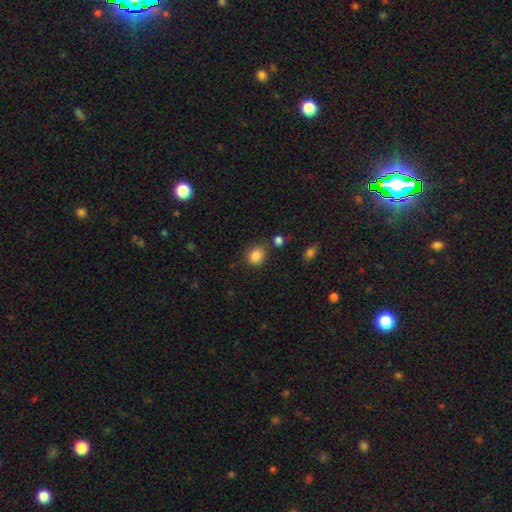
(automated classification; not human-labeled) Smooth or featured? Predicted: smooth (p=0.86). How rounded? Predicted: round (p=0.63). Merging? Predicted: none (p=0.76).